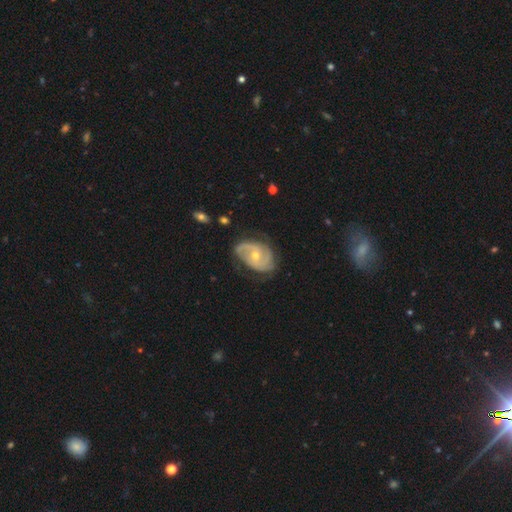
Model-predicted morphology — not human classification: Overall: featured or disk (85%). Edge-on disk: no (97%). Bar: no (67%; weak 28%). Spiral arms: yes (95%). Spiral arm count: 2 (56%; 3 17%). Spiral winding: tight (46%; medium 41%). Bulge size: small (50%; moderate 48%). Merging: none (67%).